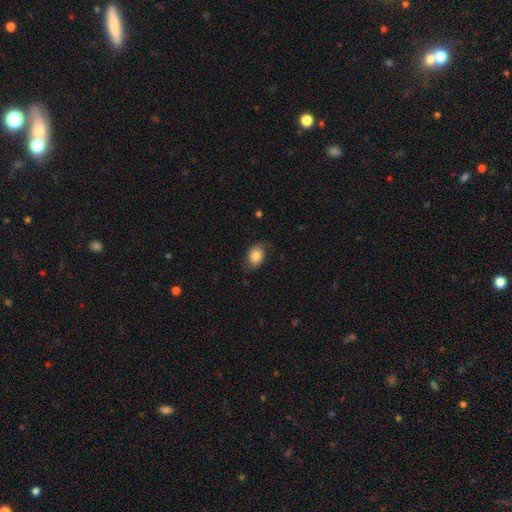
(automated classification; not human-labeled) This appears to be a smooth galaxy with no disk features (68%) that is in between round and cigar-shaped (63%). Merging: none (66%).